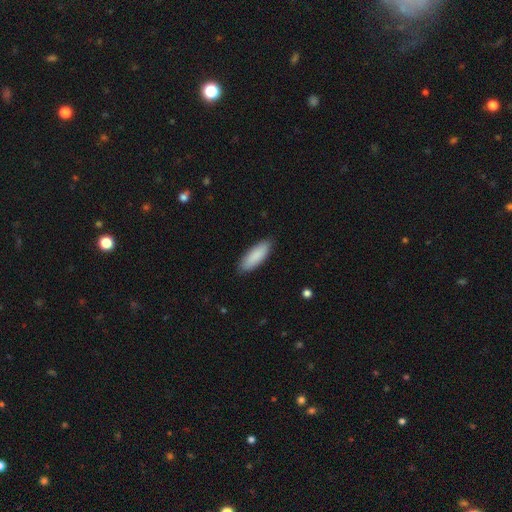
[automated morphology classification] Smooth or featured: smooth — 89% (featured or disk — 6%)
How rounded: in between — 65% (cigar-shaped — 34%)
Merging: none — 88% (minor disturbance — 9%)